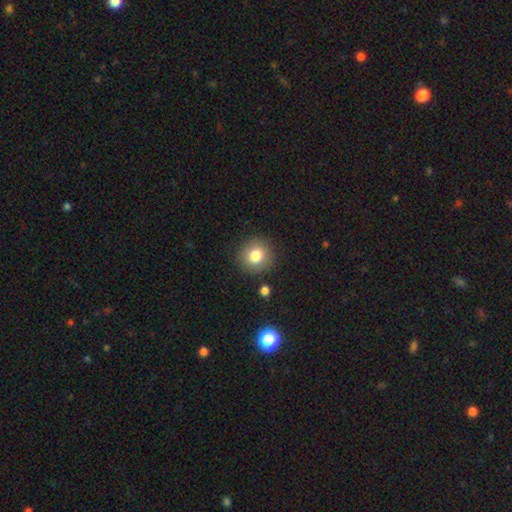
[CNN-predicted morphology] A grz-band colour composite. It shows a smooth galaxy with no disk features (81%) that is round (90%). Merging: none (87%).